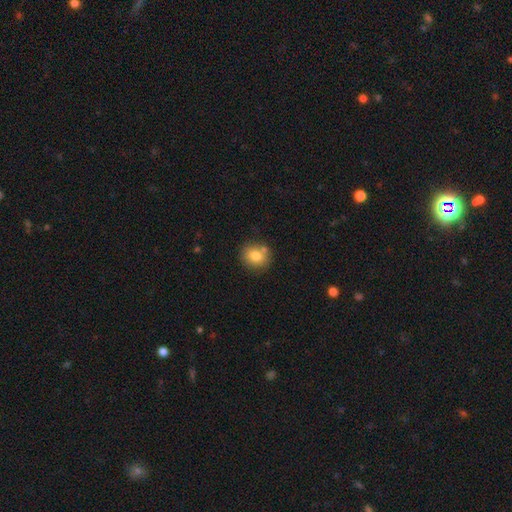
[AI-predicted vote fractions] This appears to be a smooth galaxy with no disk features (80%) that is round (75%). Merging: none (74%).